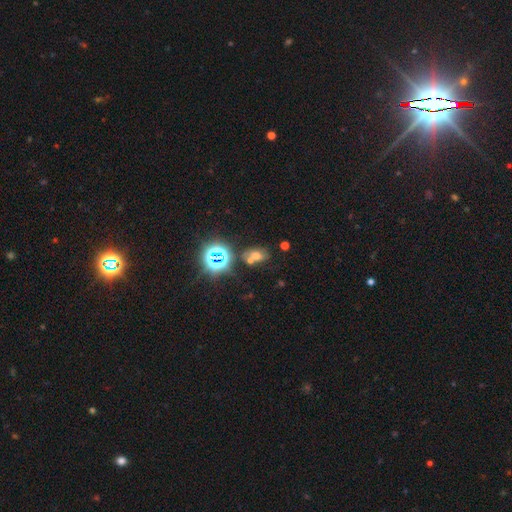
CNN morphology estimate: type=smooth (53%); roundness=in between (73%); merging=none (55%).